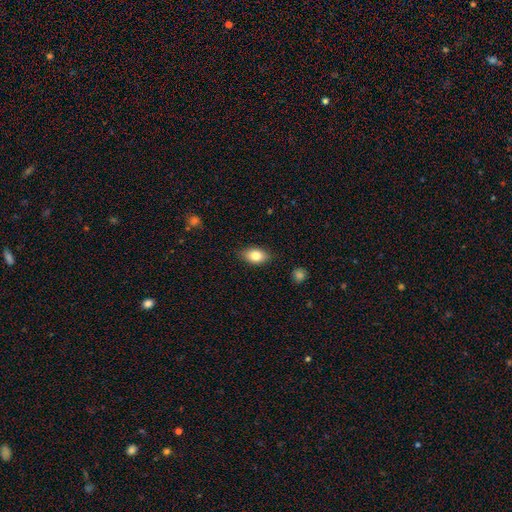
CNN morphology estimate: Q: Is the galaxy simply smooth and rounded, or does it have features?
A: smooth — 81%.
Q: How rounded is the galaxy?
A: in between — 88%.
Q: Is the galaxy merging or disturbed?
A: none — 85%.